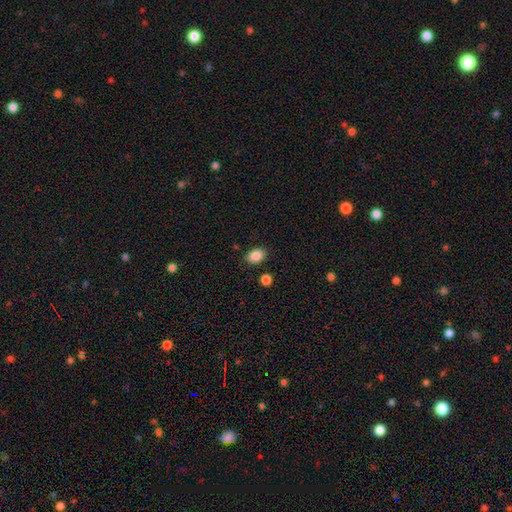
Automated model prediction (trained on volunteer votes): smooth 87%, star or artifact 8%, featured or disk 5%. Down the decision tree: how rounded — in between (78%); merging — none (84%).